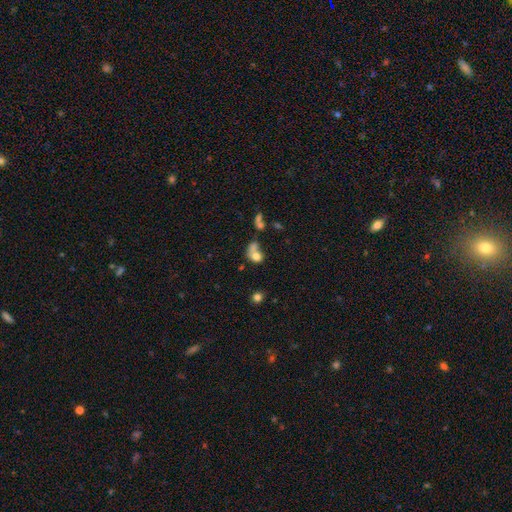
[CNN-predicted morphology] Smooth or featured? Predicted: smooth (p=0.69). How rounded? Predicted: round (p=0.53). Merging? Predicted: merger (p=0.51).